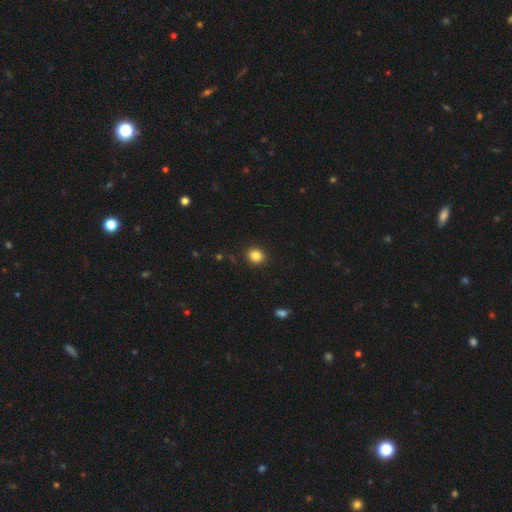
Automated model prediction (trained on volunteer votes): Smooth or featured?
  - smooth: 84% *
  - star or artifact: 11%
  - featured or disk: 5%
How rounded?
  - round: 79% *
  - in between: 20%
  - cigar-shaped: 1%
Merging?
  - none: 91% *
  - minor disturbance: 6%
  - major disturbance: 2%
  - merger: 1%